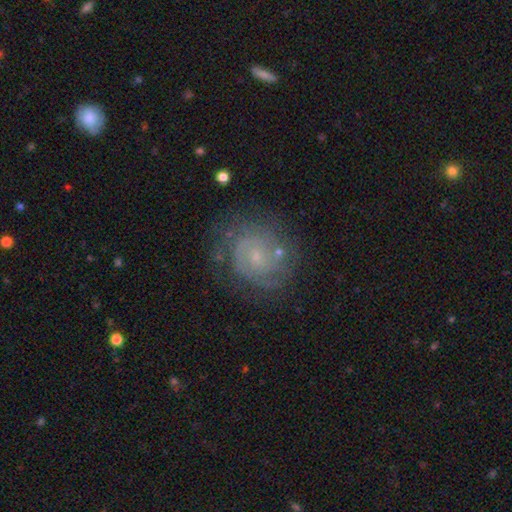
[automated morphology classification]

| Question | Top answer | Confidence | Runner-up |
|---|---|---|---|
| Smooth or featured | featured or disk | 75% | smooth (16%) |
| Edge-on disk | no | 98% | yes (2%) |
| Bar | no | 70% | weak (26%) |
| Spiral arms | yes | 91% | no (9%) |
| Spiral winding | tight | 66% | medium (27%) |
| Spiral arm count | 2 | 39% | can't tell (34%) |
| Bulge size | small | 76% | moderate (16%) |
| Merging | none | 72% | minor disturbance (17%) |